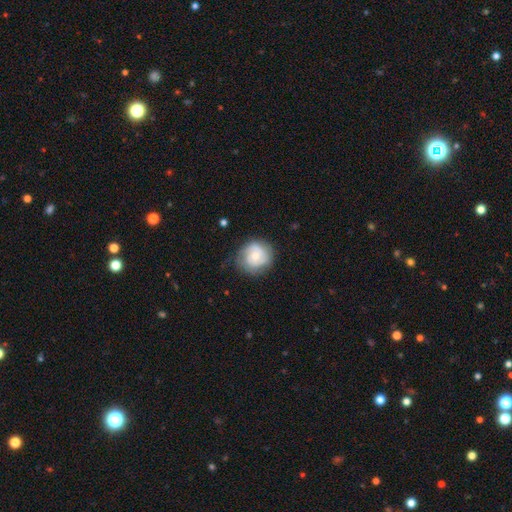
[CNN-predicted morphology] Overall: featured or disk (60%; smooth 34%). Edge-on disk: no (98%). Bar: no (67%; weak 29%). Spiral arms: yes (87%). Spiral arm count: 2 (51%; can't tell 25%). Spiral winding: tight (54%; medium 35%). Bulge size: small (46%, tied with moderate). Merging: none (72%).